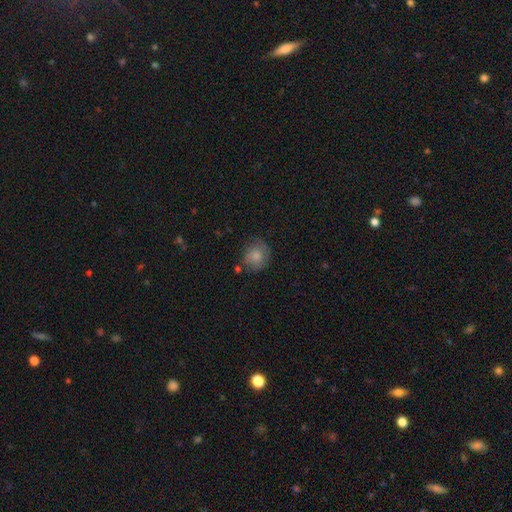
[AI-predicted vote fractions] smooth-or-featured: smooth: 80% | featured or disk: 12% | star or artifact: 8%
  how-rounded: round: 81% | in between: 18% | cigar-shaped: 1%
  merging: none: 67% | minor disturbance: 22% | major disturbance: 6% | merger: 5%